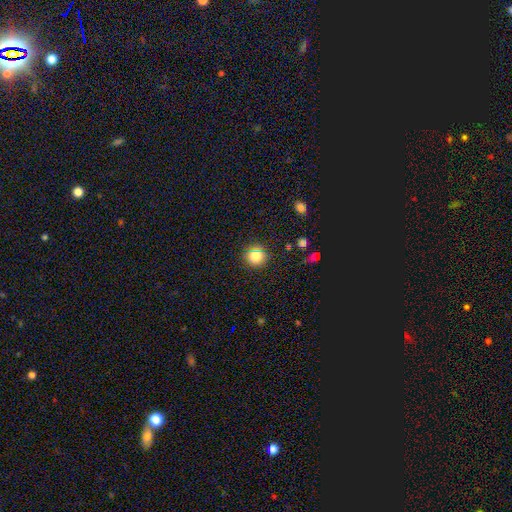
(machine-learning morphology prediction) This is clearly a smooth galaxy (82%). How rounded: clearly round (91%). Merging: clearly none (87%).